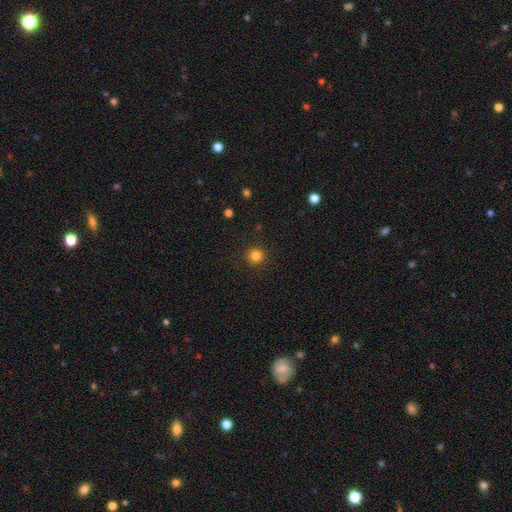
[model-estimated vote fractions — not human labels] Q: Smooth or featured?
A: smooth (82%); runner-up: star or artifact (13%)
Q: How rounded?
A: round (95%); runner-up: in between (4%)
Q: Merging?
A: none (92%); runner-up: minor disturbance (5%)